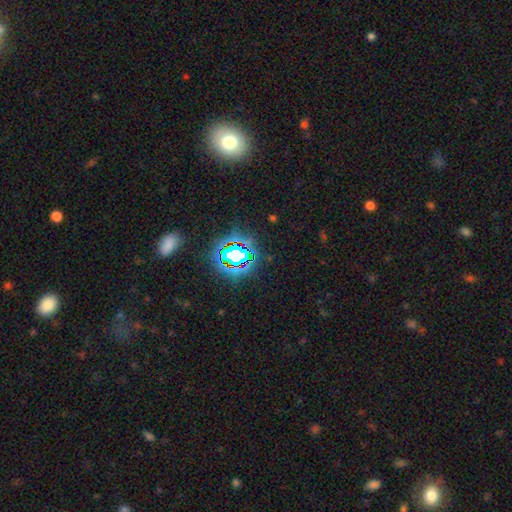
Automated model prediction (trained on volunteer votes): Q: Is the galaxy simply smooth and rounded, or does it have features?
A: star or artifact — 63%.